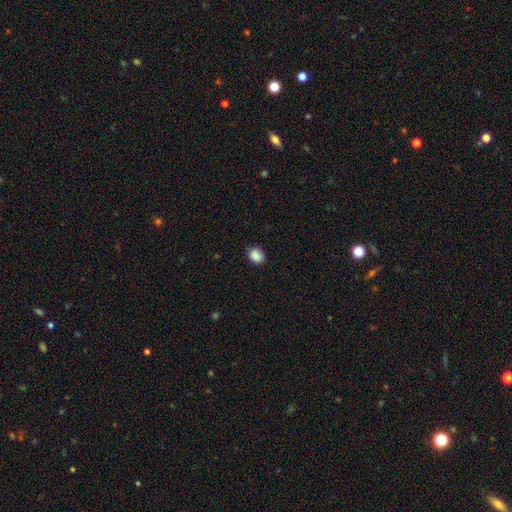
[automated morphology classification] Smooth or featured?
  - smooth: 89% *
  - star or artifact: 9%
  - featured or disk: 3%
How rounded?
  - round: 57% *
  - in between: 42%
  - cigar-shaped: 1%
Merging?
  - none: 84% *
  - minor disturbance: 12%
  - major disturbance: 3%
  - merger: 1%